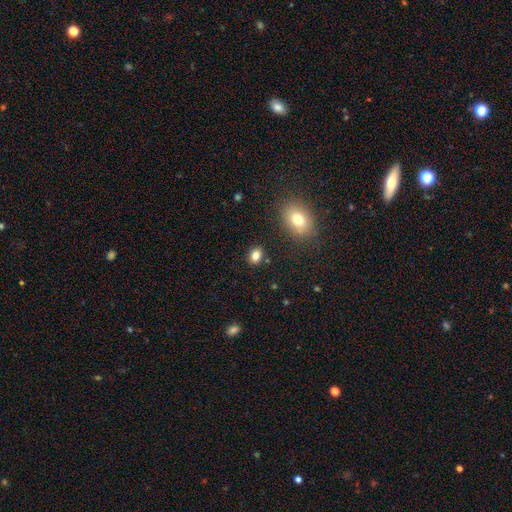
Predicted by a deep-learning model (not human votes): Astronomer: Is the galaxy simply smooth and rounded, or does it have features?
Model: smooth — 81%.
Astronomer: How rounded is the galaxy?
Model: in between — 58% (runner-up: round, 40%).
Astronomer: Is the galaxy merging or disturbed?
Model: none — 86%.